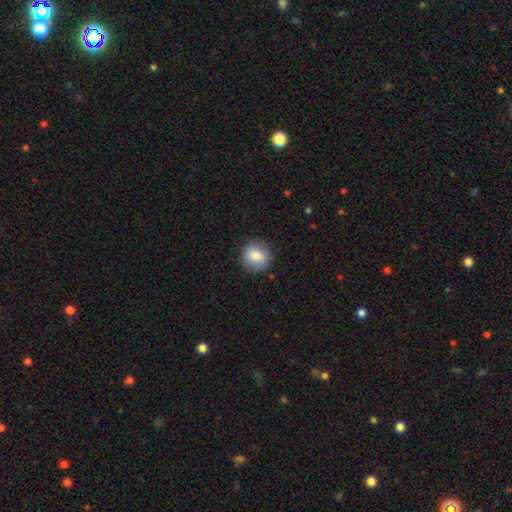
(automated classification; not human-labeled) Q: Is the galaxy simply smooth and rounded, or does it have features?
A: smooth — 79%.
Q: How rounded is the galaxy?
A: round — 89%.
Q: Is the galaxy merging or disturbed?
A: none — 87%.